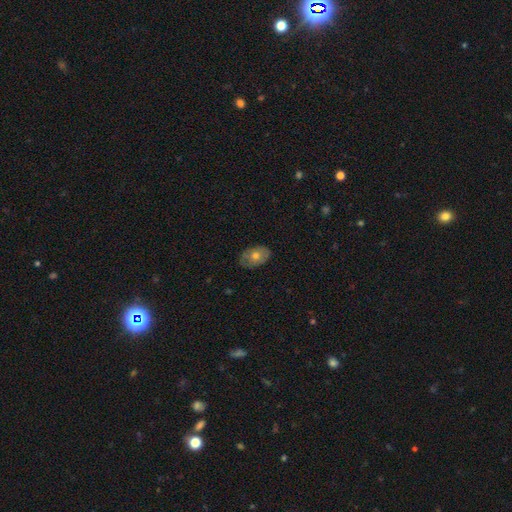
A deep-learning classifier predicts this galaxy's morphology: Smooth or featured? smooth (61%)
How rounded? in between (88%)
Merging? none (81%)